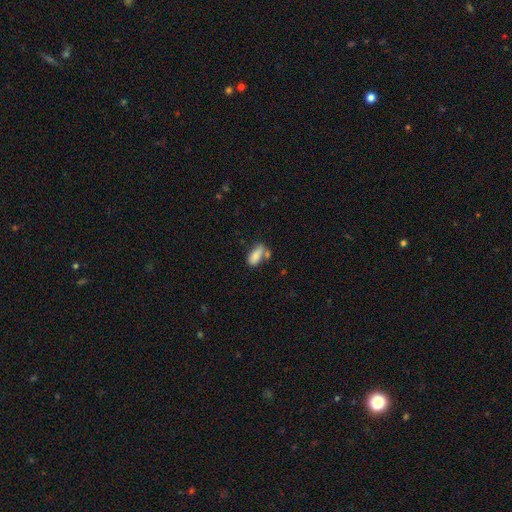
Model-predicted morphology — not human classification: smooth_or_featured: smooth (p=0.80) [alt: featured or disk p=0.12]
how_rounded: in between (p=0.83) [alt: cigar-shaped p=0.13]
merging: none (p=0.50) [alt: merger p=0.23]